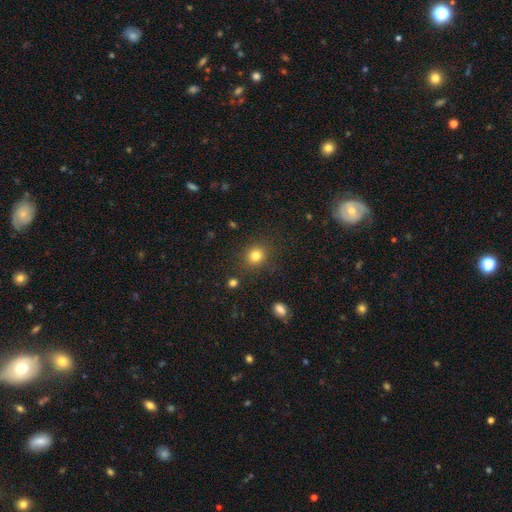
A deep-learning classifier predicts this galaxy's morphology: type=smooth (81%); roundness=round (82%); merging=none (85%).